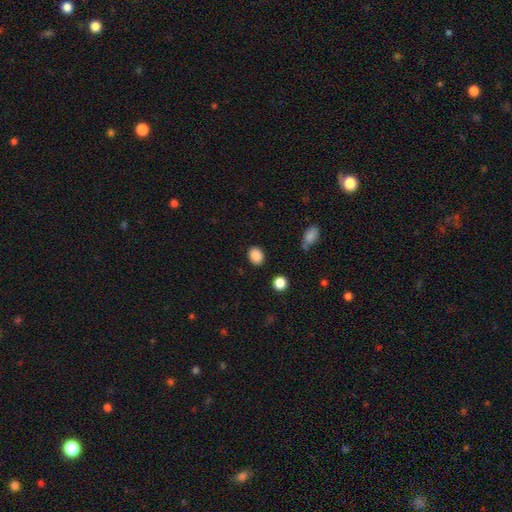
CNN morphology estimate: Overall: smooth (88%). How rounded: in between (56%; round 43%). Merging: none (86%).